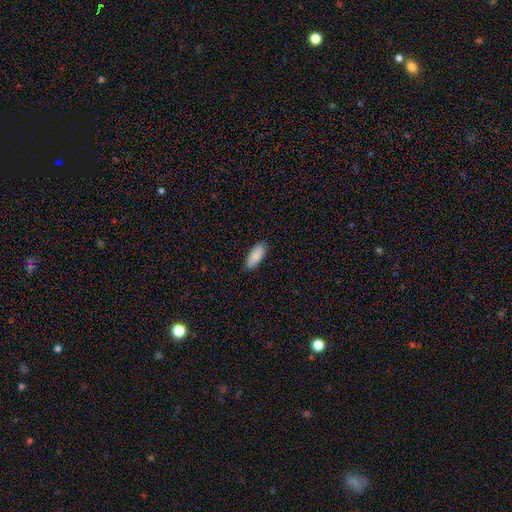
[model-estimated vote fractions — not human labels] Morphology: type=smooth (87%); roundness=in between (81%); merging=none (88%).